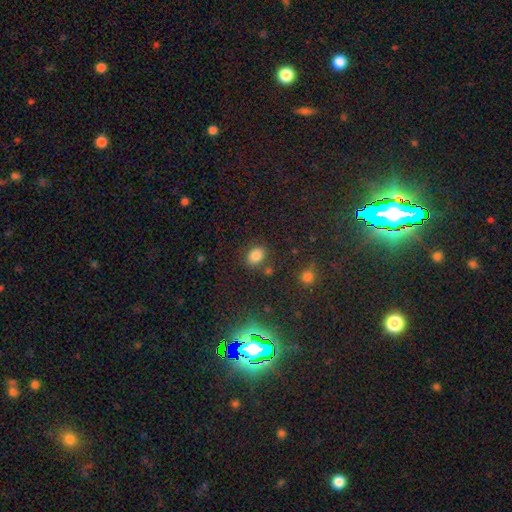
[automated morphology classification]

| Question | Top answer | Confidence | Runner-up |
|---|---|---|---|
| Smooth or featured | smooth | 83% | star or artifact (12%) |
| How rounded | in between | 64% | round (35%) |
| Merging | none | 79% | minor disturbance (12%) |